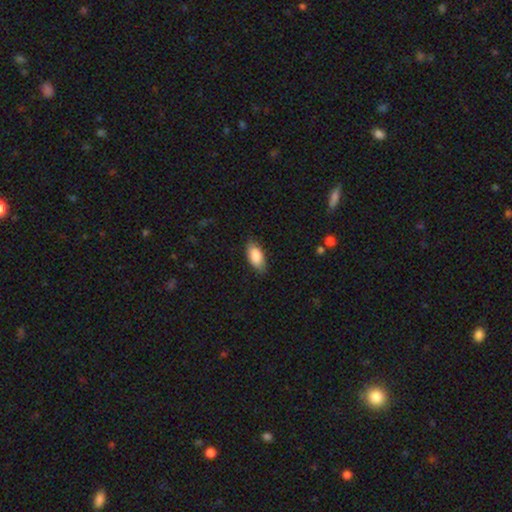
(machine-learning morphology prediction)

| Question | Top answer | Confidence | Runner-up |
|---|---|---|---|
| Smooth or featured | smooth | 87% | featured or disk (7%) |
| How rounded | in between | 91% | cigar-shaped (6%) |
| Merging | none | 81% | minor disturbance (15%) |